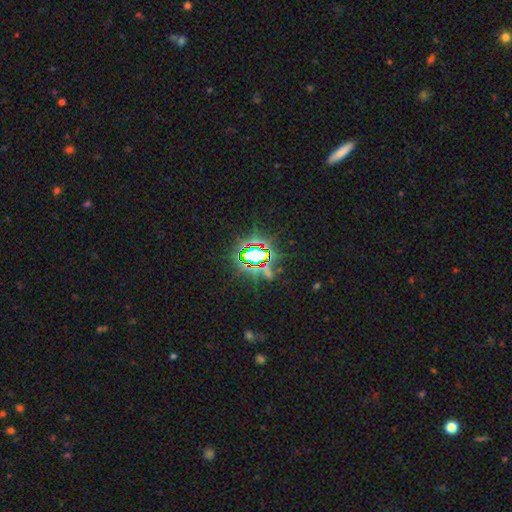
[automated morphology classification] Smooth or featured: star or artifact — 77% (smooth — 13%)